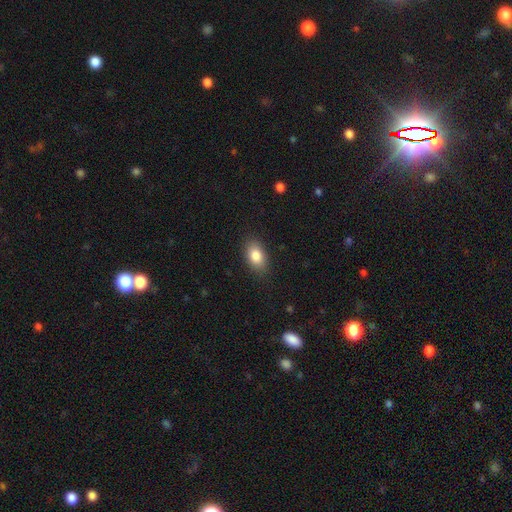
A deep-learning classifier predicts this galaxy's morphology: This appears to be a smooth galaxy with no disk features (84%) that is in between round and cigar-shaped (88%). Merging: none (86%).